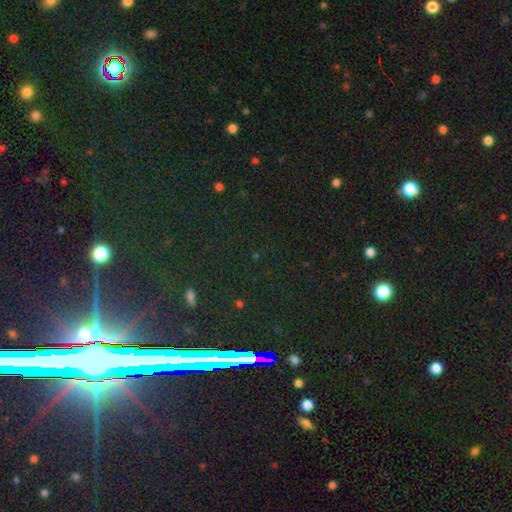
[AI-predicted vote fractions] smooth-or-featured: star or artifact: 74% | featured or disk: 14% | smooth: 12%